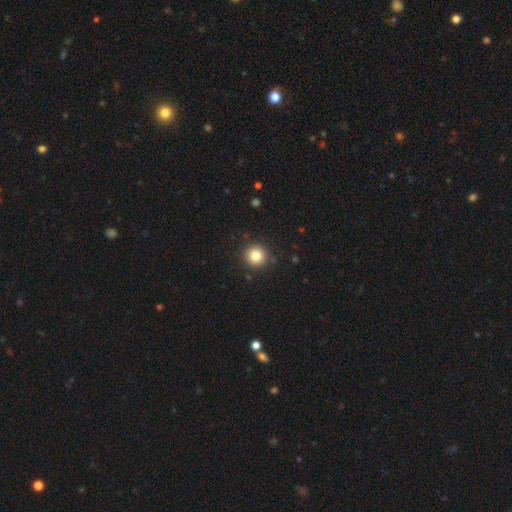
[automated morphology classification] Smooth or featured?
  - smooth: 82% *
  - star or artifact: 11%
  - featured or disk: 7%
How rounded?
  - round: 95% *
  - in between: 4%
  - cigar-shaped: 1%
Merging?
  - none: 91% *
  - minor disturbance: 6%
  - major disturbance: 2%
  - merger: 1%